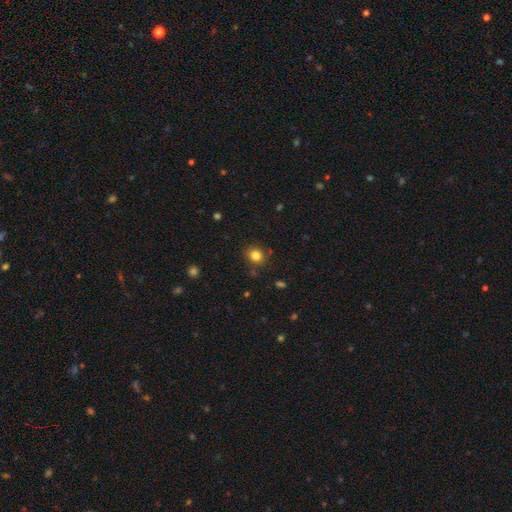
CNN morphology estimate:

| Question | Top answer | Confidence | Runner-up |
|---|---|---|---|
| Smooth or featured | smooth | 82% | star or artifact (12%) |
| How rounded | round | 75% | in between (24%) |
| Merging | none | 84% | minor disturbance (10%) |